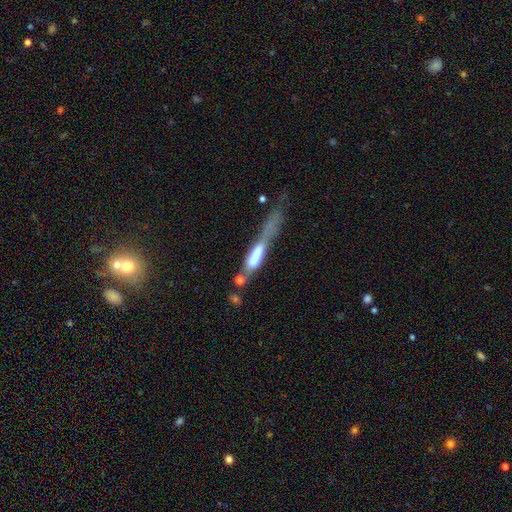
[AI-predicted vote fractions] Overall: smooth (49%; featured or disk 42%). Merging: major disturbance (31%; none 27%).